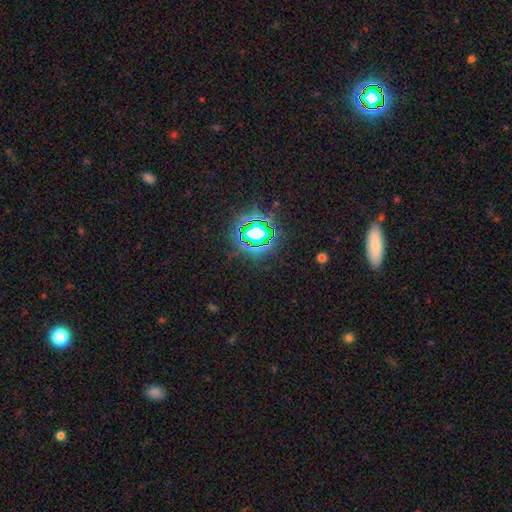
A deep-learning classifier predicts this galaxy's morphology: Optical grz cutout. It shows a star or artifact, not a galaxy (69%).